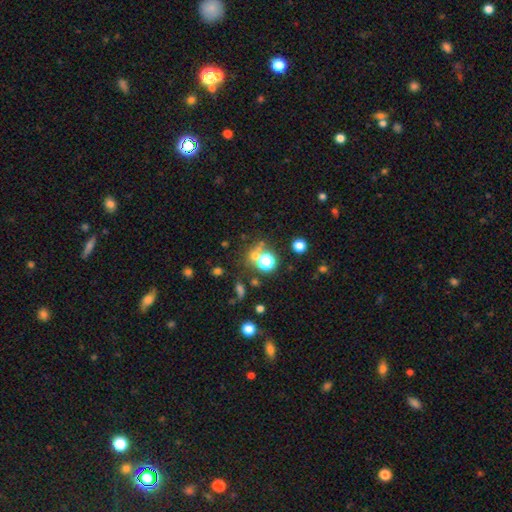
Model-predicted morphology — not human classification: smooth 51%, star or artifact 38%, featured or disk 11%. Down the decision tree: how rounded — round (84%); merging — none (61%).